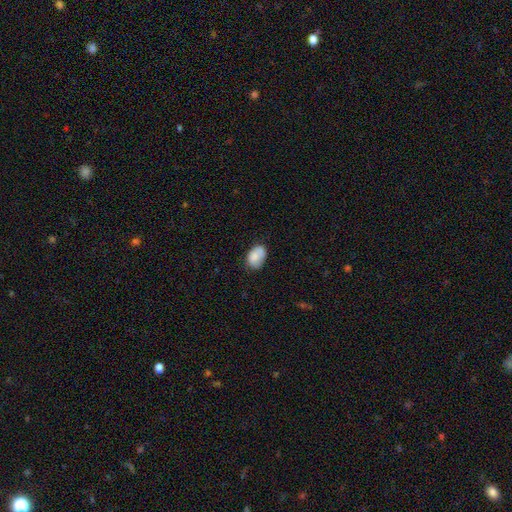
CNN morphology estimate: Q: Smooth or featured?
A: smooth (82%); runner-up: featured or disk (11%)
Q: How rounded?
A: in between (84%); runner-up: round (15%)
Q: Merging?
A: none (65%); runner-up: minor disturbance (26%)